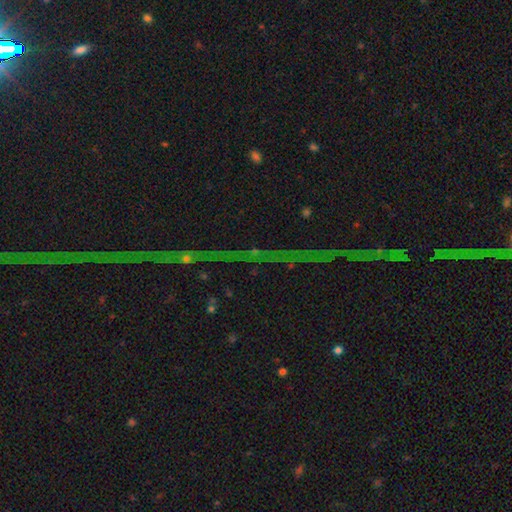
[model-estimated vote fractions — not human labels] This appears to be a star or artifact, not a galaxy (84%).